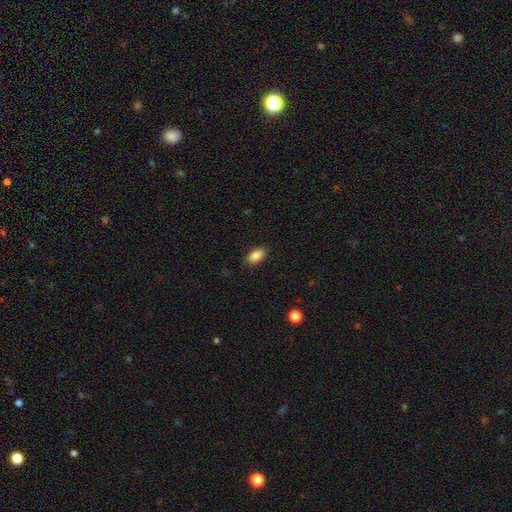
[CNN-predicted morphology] Smooth or featured: smooth — 87% (star or artifact — 8%)
How rounded: in between — 92% (round — 5%)
Merging: none — 87% (minor disturbance — 10%)